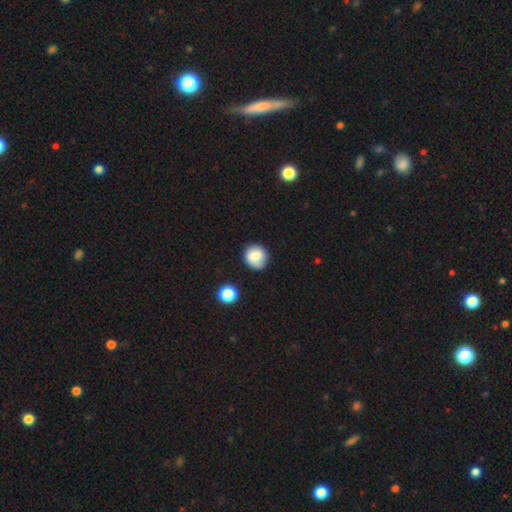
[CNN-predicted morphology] Smooth or featured? smooth (80%)
How rounded? round (84%)
Merging? none (77%)